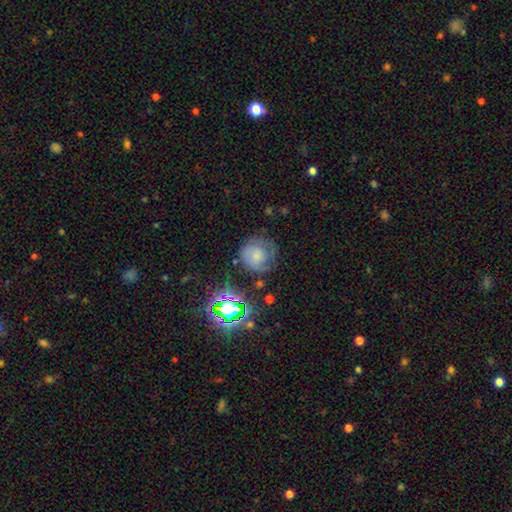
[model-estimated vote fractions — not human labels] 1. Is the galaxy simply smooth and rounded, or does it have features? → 52% smooth, 33% featured or disk, 15% star or artifact.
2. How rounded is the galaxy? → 86% round, 13% in between, 1% cigar-shaped.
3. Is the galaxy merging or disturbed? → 53% none, 25% minor disturbance, 18% major disturbance, 3% merger.